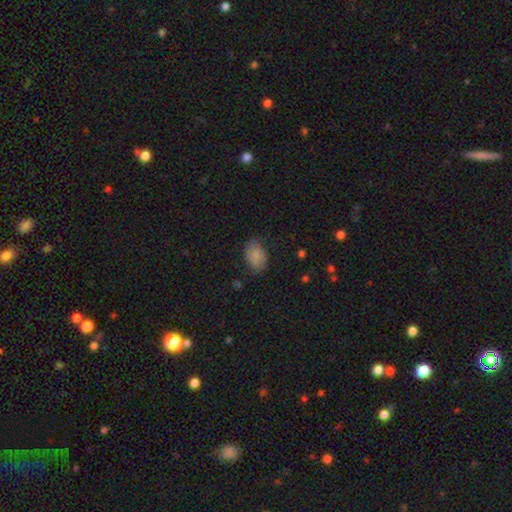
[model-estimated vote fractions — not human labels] The model was most divided on "merging": none: 72%, minor disturbance: 21%, major disturbance: 5%, merger: 1%. More confident: how rounded — in between (84%); smooth or featured — smooth (83%).